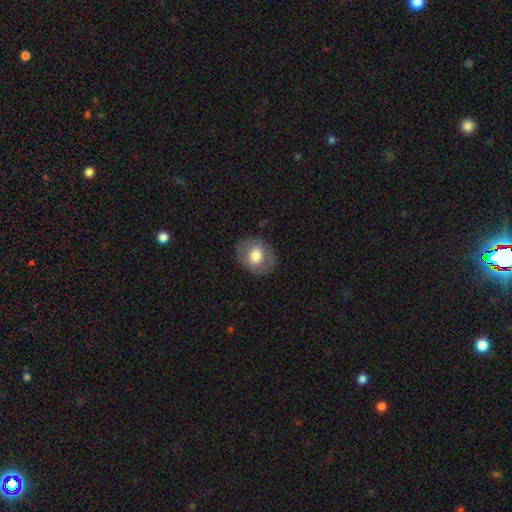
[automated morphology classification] smooth_or_featured: smooth (p=0.66) [alt: featured or disk p=0.27]
how_rounded: round (p=0.58) [alt: in between p=0.41]
merging: none (p=0.80) [alt: minor disturbance p=0.13]